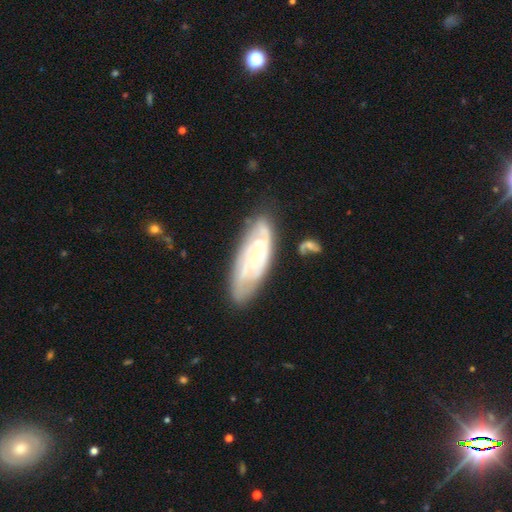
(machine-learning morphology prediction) Overall: featured or disk (75%). Edge-on disk: no (89%). Bar: no (71%). Spiral arms: yes (91%). Spiral arm count: can't tell (41%; 2 23%). Spiral winding: tight (65%; medium 29%). Bulge size: small (75%). Merging: none (71%).